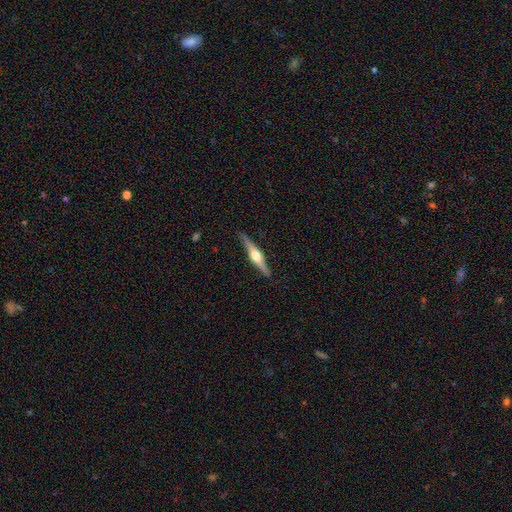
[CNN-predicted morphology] smooth-or-featured: featured or disk: 76% | smooth: 19% | star or artifact: 5%
  disk-edge-on: yes: 98% | no: 2%
    edge-on-bulge: rounded: 93% | boxy: 5% | none: 2%
  merging: none: 89% | minor disturbance: 8% | major disturbance: 2% | merger: 1%